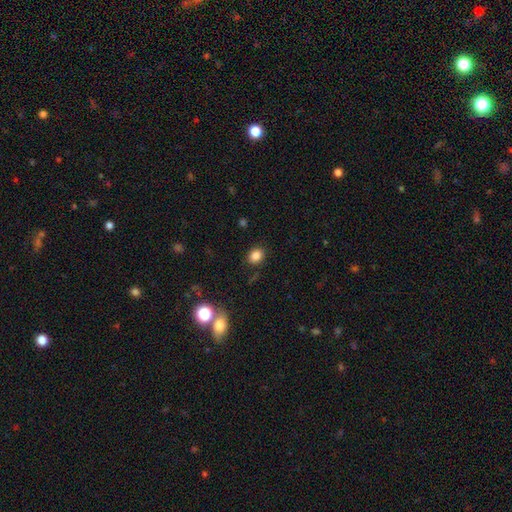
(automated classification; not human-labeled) The model was most divided on "how rounded": round: 50%, in between: 49%, cigar-shaped: 1%. More confident: merging — none (85%); smooth or featured — smooth (83%).